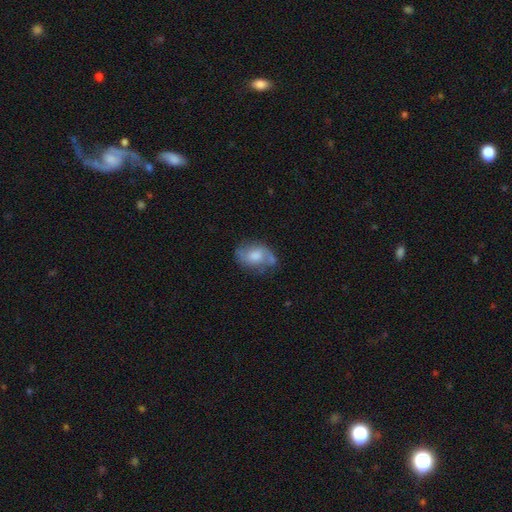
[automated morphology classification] A featured or disk galaxy (52%). Merging: none (55%).